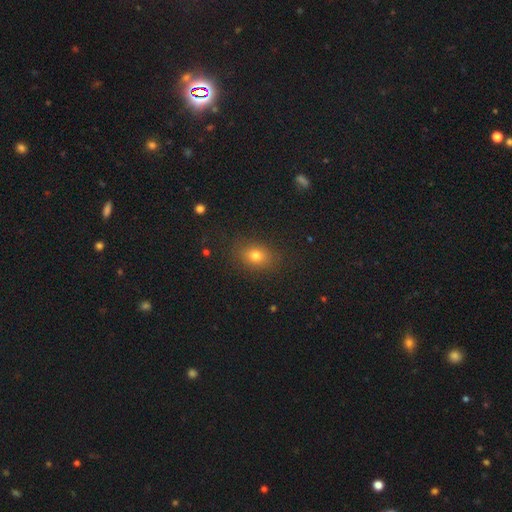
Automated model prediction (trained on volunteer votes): Smooth or featured? Predicted: smooth (p=0.77). How rounded? Predicted: in between (p=0.54). Merging? Predicted: none (p=0.85).